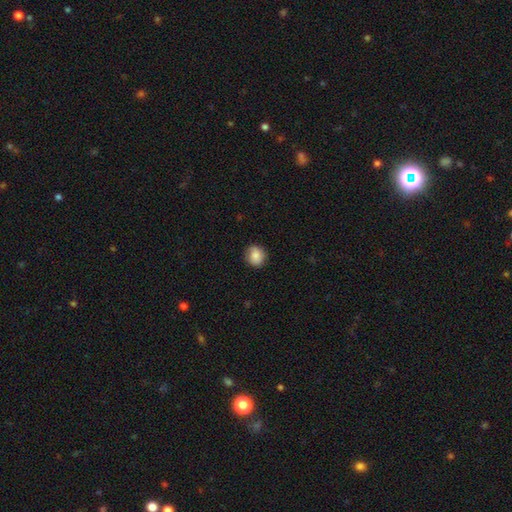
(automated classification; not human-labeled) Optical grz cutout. It shows a smooth galaxy with no disk features (86%) that is round (82%). Merging: none (86%).